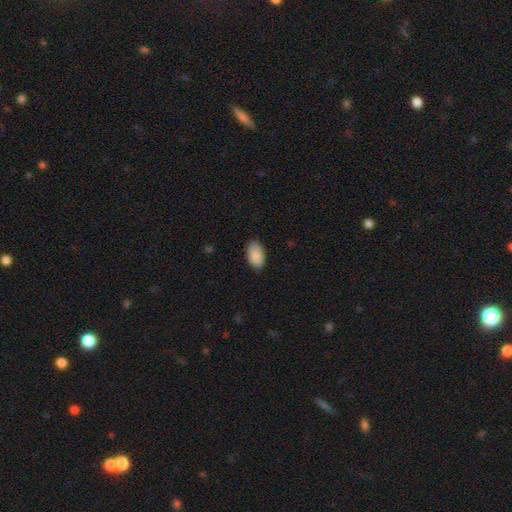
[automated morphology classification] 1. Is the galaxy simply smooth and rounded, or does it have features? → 89% smooth, 6% star or artifact, 5% featured or disk.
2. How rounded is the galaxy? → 94% in between, 5% round, 1% cigar-shaped.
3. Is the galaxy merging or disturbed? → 82% none, 14% minor disturbance, 3% major disturbance, 1% merger.